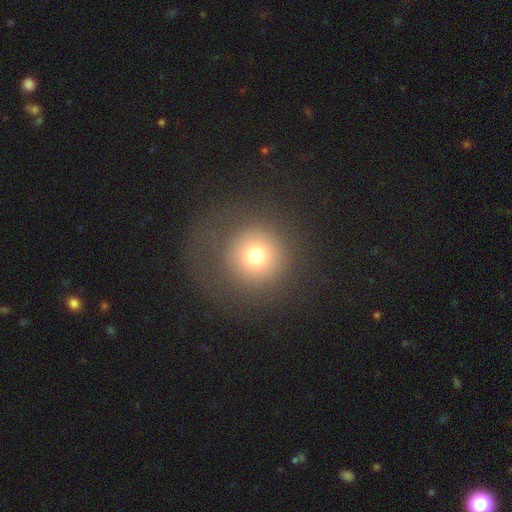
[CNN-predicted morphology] Overall: smooth (70%). How rounded: round (94%). Merging: none (66%).